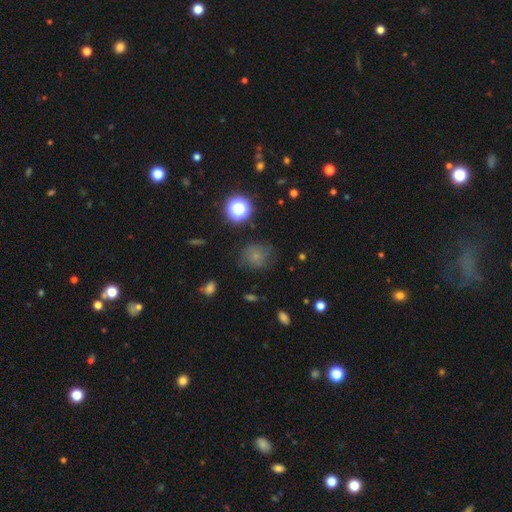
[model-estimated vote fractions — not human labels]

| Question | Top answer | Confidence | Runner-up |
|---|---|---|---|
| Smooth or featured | smooth | 54% | featured or disk (24%) |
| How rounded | round | 78% | in between (20%) |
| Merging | none | 68% | minor disturbance (20%) |